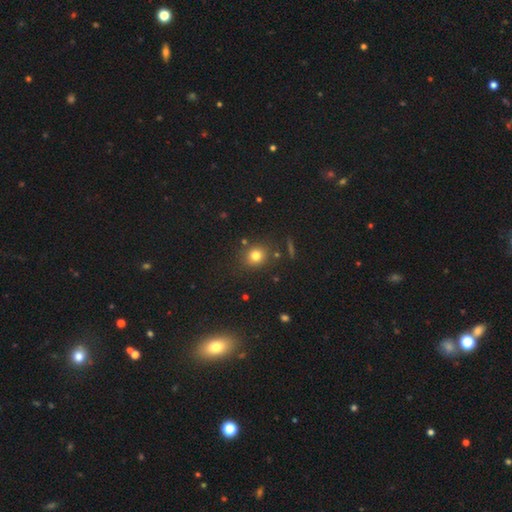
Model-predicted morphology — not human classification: smooth-or-featured: smooth: 76% | star or artifact: 16% | featured or disk: 8%
  how-rounded: round: 81% | in between: 18% | cigar-shaped: 1%
  merging: none: 82% | minor disturbance: 10% | merger: 5% | major disturbance: 3%